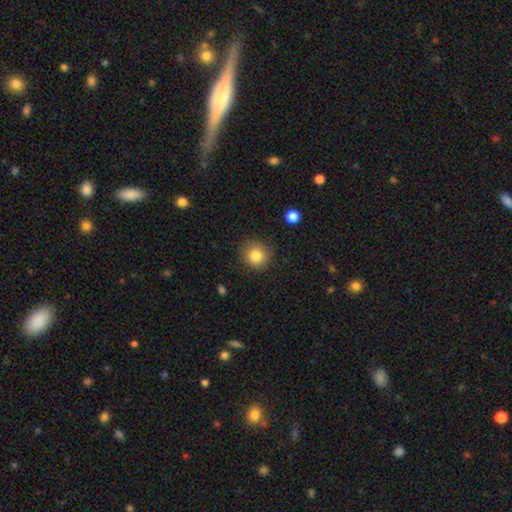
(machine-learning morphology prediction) Smooth or featured? smooth (83%)
How rounded? round (92%)
Merging? none (87%)